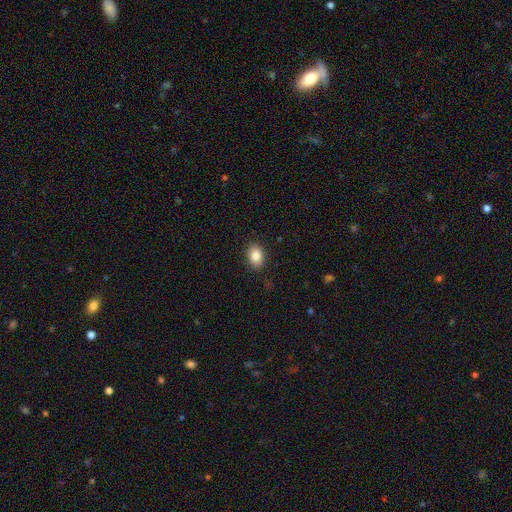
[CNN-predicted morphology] smooth-or-featured: smooth: 85% | star or artifact: 9% | featured or disk: 6%
  how-rounded: in between: 72% | round: 27% | cigar-shaped: 1%
  merging: none: 88% | minor disturbance: 9% | major disturbance: 2% | merger: 1%